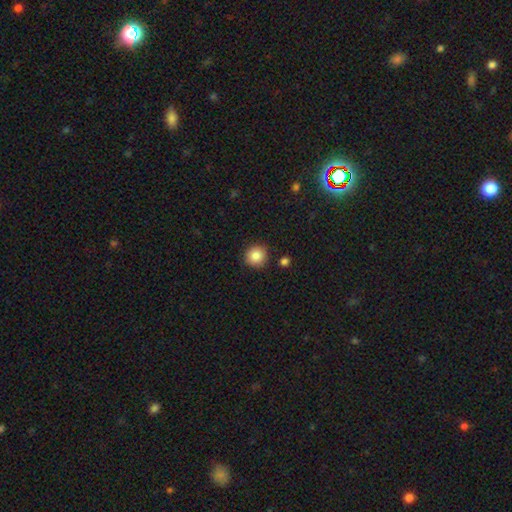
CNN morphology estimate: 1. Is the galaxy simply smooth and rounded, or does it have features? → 86% smooth, 9% star or artifact, 5% featured or disk.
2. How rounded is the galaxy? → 91% round, 8% in between, 1% cigar-shaped.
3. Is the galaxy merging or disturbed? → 88% none, 8% minor disturbance, 2% merger, 2% major disturbance.